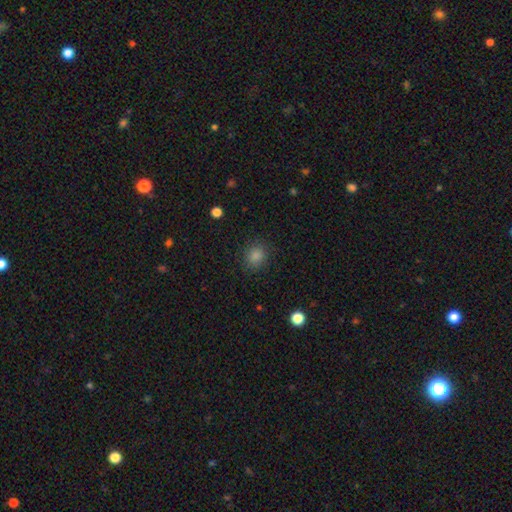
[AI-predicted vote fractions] A smooth galaxy with no disk features (85%) that is round (79%).

Vote fractions:
- Smooth or featured? smooth: 85% / star or artifact: 11% / featured or disk: 4%
- How rounded? round: 79% / in between: 20% / cigar-shaped: 1%
- Merging? none: 86% / minor disturbance: 9% / major disturbance: 3% / merger: 1%